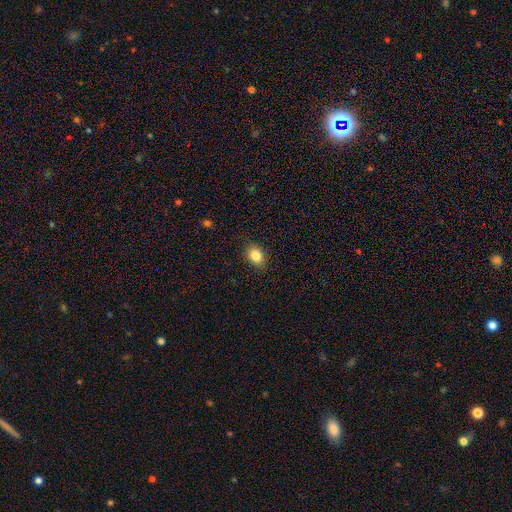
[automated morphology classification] Smooth or featured? smooth (85%)
How rounded? in between (58%)
Merging? none (89%)